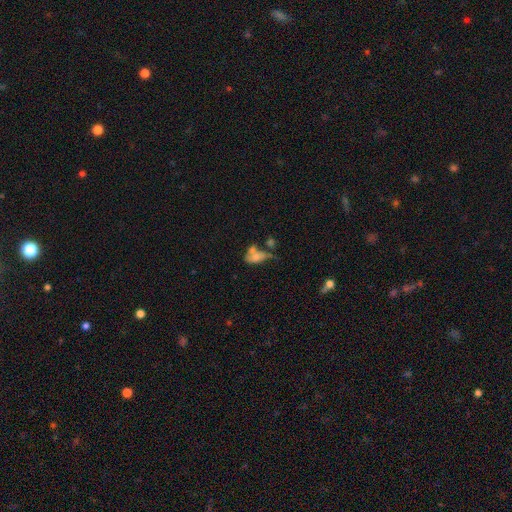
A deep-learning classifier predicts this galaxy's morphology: This appears to be a smooth galaxy with no disk features (57%) that is in between round and cigar-shaped (82%). Merging: merger (42%).